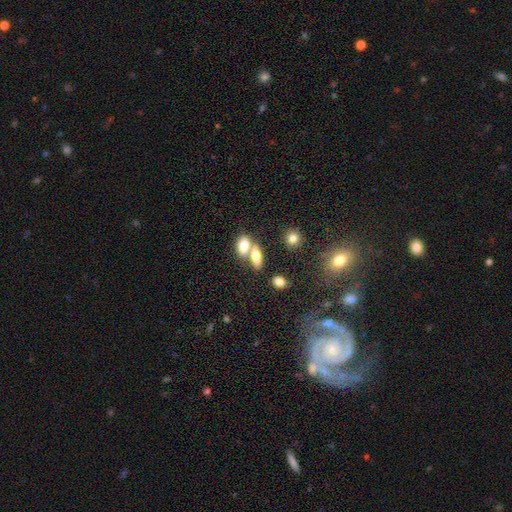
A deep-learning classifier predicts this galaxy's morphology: This appears to be a smooth galaxy with no disk features (74%) that is in between round and cigar-shaped (80%). Merging: merger (50%).